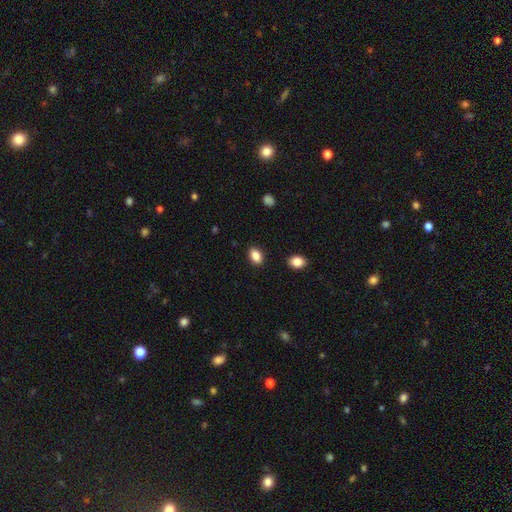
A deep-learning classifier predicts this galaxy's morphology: A smooth galaxy with no disk features (87%) that is in between round and cigar-shaped (85%). Merging: none (88%).